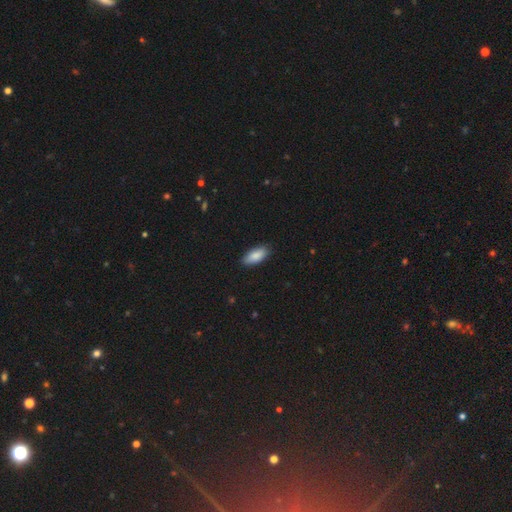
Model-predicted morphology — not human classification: Smooth or featured? Predicted: smooth (p=0.87). How rounded? Predicted: in between (p=0.85). Merging? Predicted: none (p=0.87).